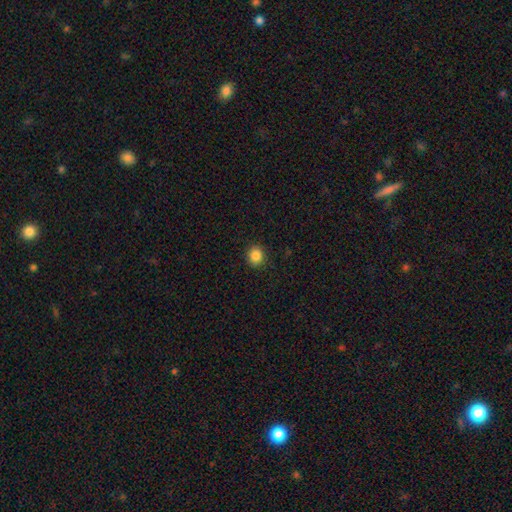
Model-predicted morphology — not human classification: Overall: smooth (86%). How rounded: round (81%). Merging: none (90%).